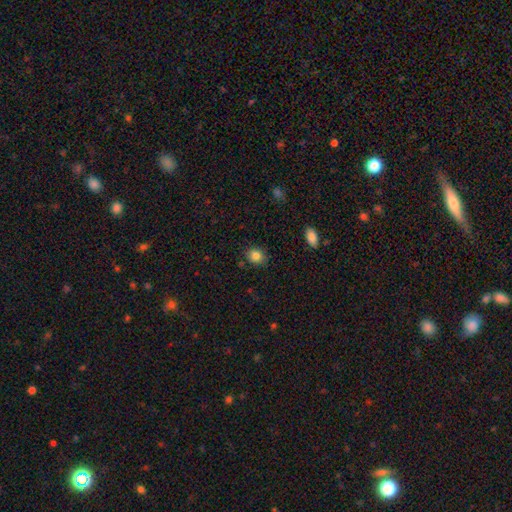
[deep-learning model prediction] Smooth or featured?
  - smooth: 85% *
  - star or artifact: 10%
  - featured or disk: 5%
How rounded?
  - round: 59% *
  - in between: 40%
  - cigar-shaped: 1%
Merging?
  - none: 84% *
  - minor disturbance: 12%
  - major disturbance: 3%
  - merger: 2%